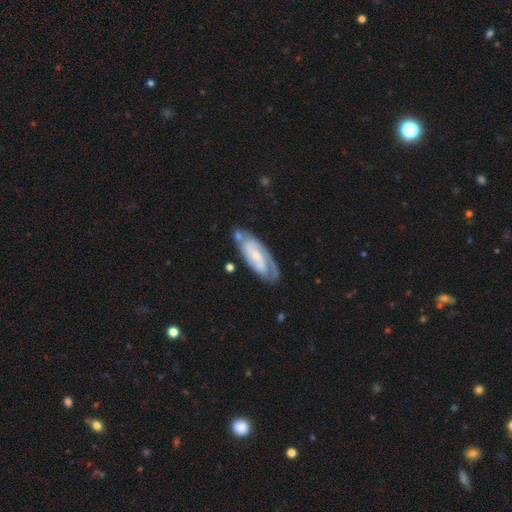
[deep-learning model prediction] featured or disk 76%, smooth 18%, star or artifact 5%. Down the decision tree: edge-on disk — no (92%); bar — no (48%); spiral arms — yes (93%); spiral arm count — 2 (60%); spiral winding — tight (55%); bulge size — small (63%); merging — none (62%).